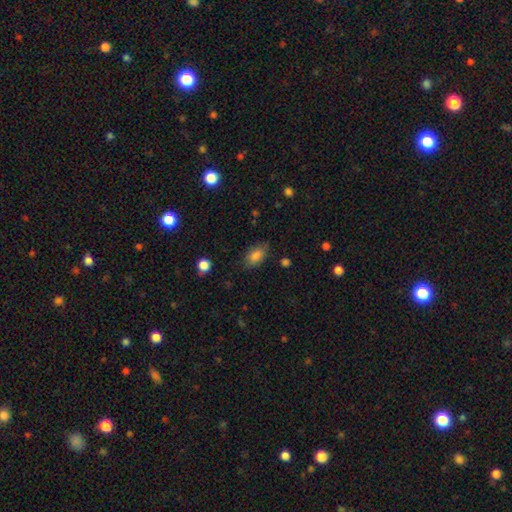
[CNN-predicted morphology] type=smooth (84%); roundness=in between (88%); merging=none (76%).